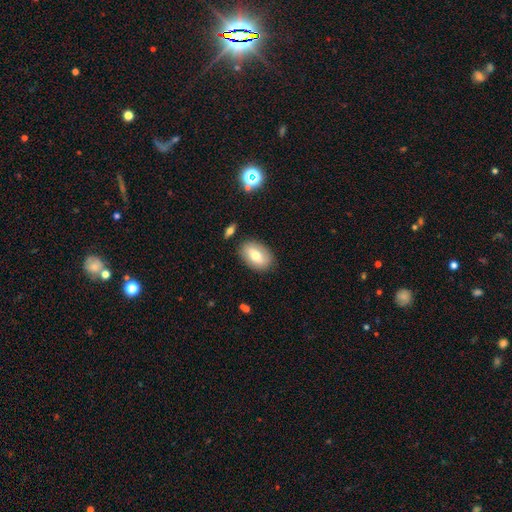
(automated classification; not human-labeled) smooth 70%, featured or disk 22%, star or artifact 8%. Down the decision tree: how rounded — in between (89%); merging — none (83%).